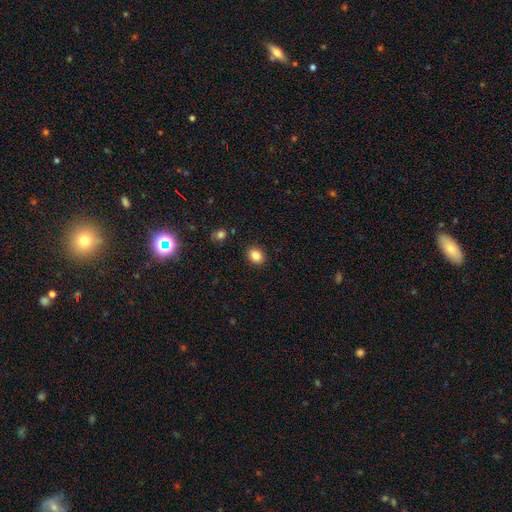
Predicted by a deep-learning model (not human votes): Smooth or featured? smooth (85%)
How rounded? in between (51%)
Merging? none (90%)